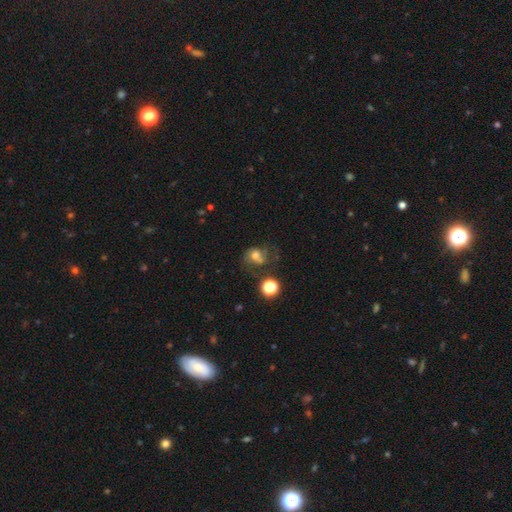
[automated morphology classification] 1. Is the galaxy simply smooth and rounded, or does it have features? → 45% smooth, 39% featured or disk, 16% star or artifact.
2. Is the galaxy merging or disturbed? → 39% none, 26% major disturbance, 22% minor disturbance, 12% merger.